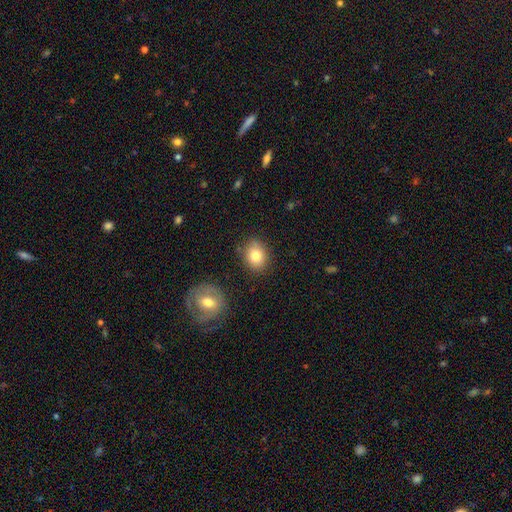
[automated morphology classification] smooth 80%, featured or disk 10%, star or artifact 10%. Down the decision tree: how rounded — round (56%); merging — none (83%).